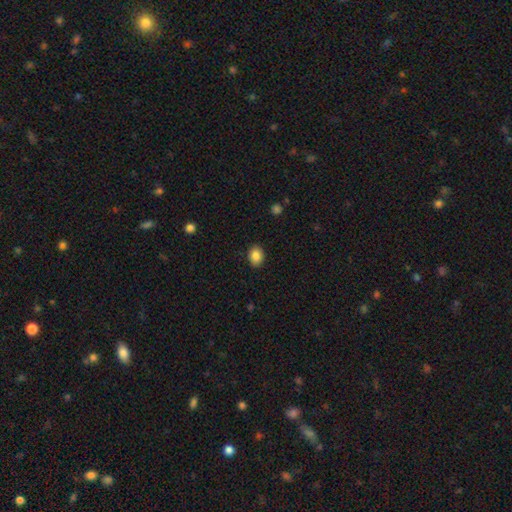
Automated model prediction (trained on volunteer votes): Q: Smooth or featured?
A: smooth (87%); runner-up: star or artifact (8%)
Q: How rounded?
A: in between (59%); runner-up: round (40%)
Q: Merging?
A: none (89%); runner-up: minor disturbance (8%)